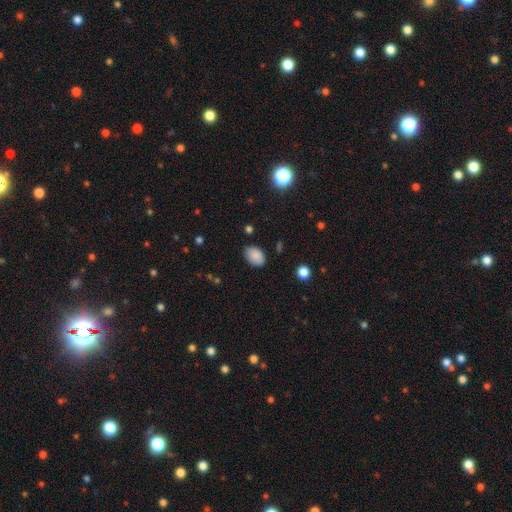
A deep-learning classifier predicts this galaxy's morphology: Smooth or featured? Predicted: smooth (p=0.87). How rounded? Predicted: in between (p=0.85). Merging? Predicted: none (p=0.80).